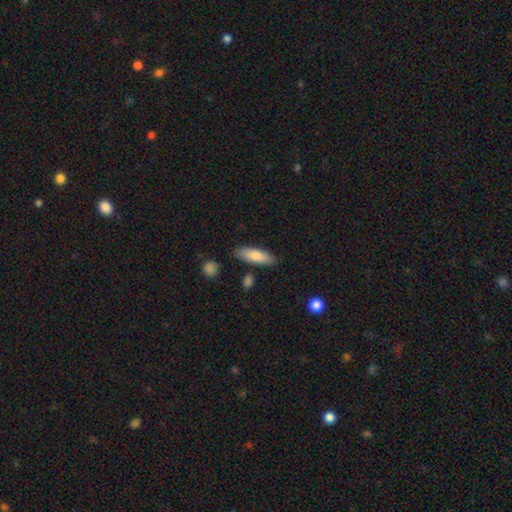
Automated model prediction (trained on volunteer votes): Smooth or featured?
  - smooth: 80% *
  - featured or disk: 15%
  - star or artifact: 6%
How rounded?
  - in between: 49% * (tied)
  - cigar-shaped: 49% * (tied)
  - round: 2%
Merging?
  - none: 84% *
  - minor disturbance: 10%
  - merger: 3%
  - major disturbance: 2%